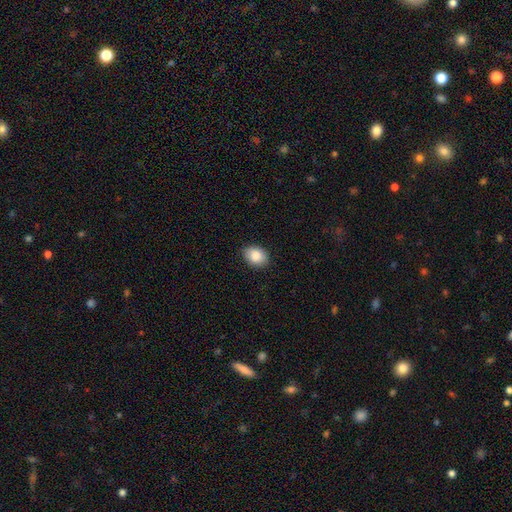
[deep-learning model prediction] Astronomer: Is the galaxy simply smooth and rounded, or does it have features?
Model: smooth — 87%.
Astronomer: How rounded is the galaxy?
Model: in between — 72%.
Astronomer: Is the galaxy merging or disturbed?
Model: none — 87%.